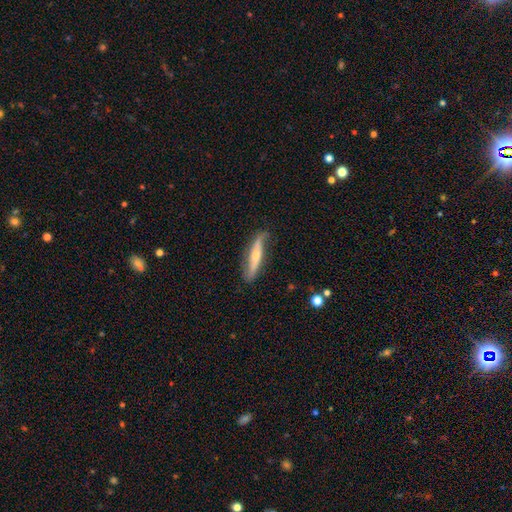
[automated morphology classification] smooth-or-featured: featured or disk: 63% | smooth: 31% | star or artifact: 5%
  disk-edge-on: yes: 64% | no: 36%
  merging: none: 72% | minor disturbance: 21% | major disturbance: 6% | merger: 2%